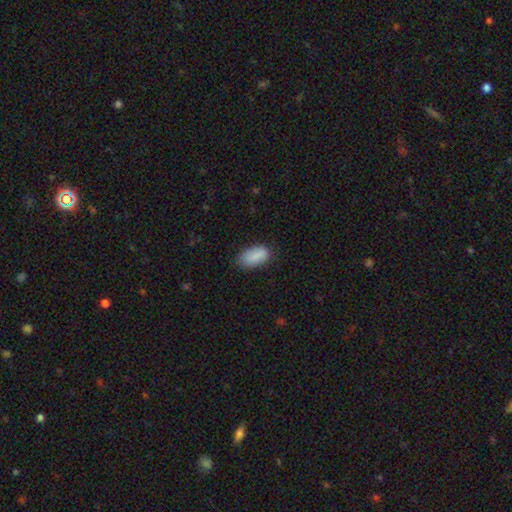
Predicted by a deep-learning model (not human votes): smooth 87%, star or artifact 7%, featured or disk 6%. Down the decision tree: how rounded — in between (93%); merging — none (75%).